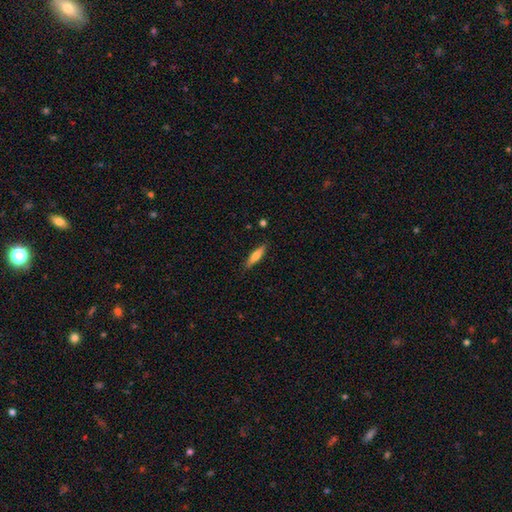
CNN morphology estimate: A smooth galaxy with no disk features (60%) that is cigar-shaped (76%).

Vote fractions:
- Smooth or featured? smooth: 60% / featured or disk: 34% / star or artifact: 6%
- How rounded? cigar-shaped: 76% / in between: 22% / round: 2%
- Merging? none: 86% / minor disturbance: 10% / major disturbance: 2% / merger: 2%